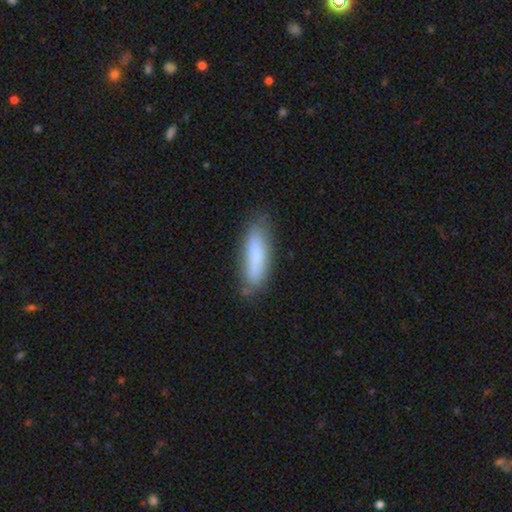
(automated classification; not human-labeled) This appears to be a smooth galaxy with no disk features (77%) that is cigar-shaped (61%). Merging: none (70%).